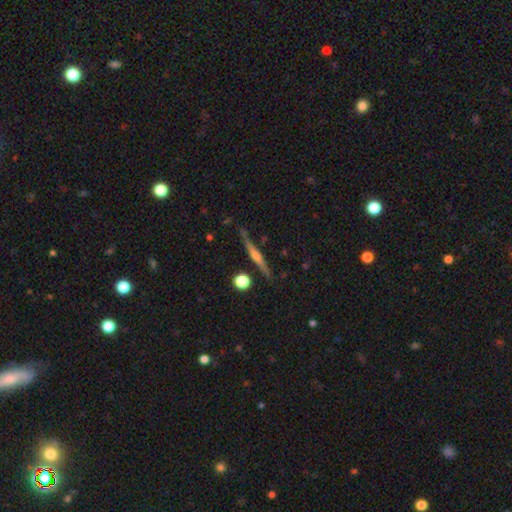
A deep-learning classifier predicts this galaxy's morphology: The model was most divided on "smooth or featured": featured or disk: 70%, smooth: 23%, star or artifact: 7%. More confident: edge-on disk — yes (97%); merging — none (84%); edge-on bulge — rounded (77%).